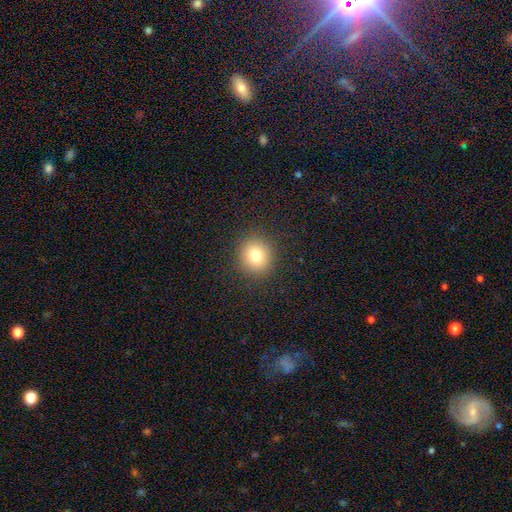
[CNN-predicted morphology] Smooth or featured? smooth (78%)
How rounded? round (87%)
Merging? none (90%)